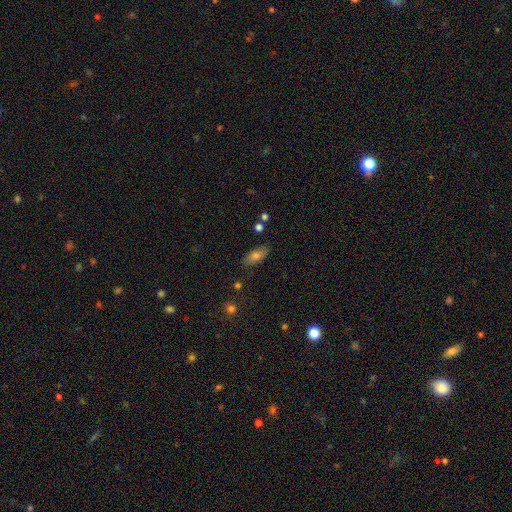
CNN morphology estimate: A smooth galaxy with no disk features (72%) that is in between round and cigar-shaped (80%).

Vote fractions:
- Smooth or featured? smooth: 72% / featured or disk: 17% / star or artifact: 11%
- How rounded? in between: 80% / cigar-shaped: 16% / round: 4%
- Merging? none: 83% / minor disturbance: 12% / major disturbance: 3% / merger: 2%